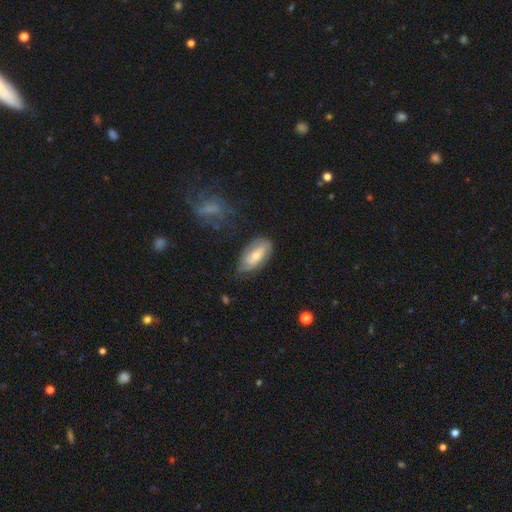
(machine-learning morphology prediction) smooth_or_featured: featured or disk (p=0.53) [alt: smooth p=0.41]
disk_edge_on: no (p=0.89) [alt: yes p=0.11]
merging: none (p=0.66) [alt: minor disturbance p=0.24]